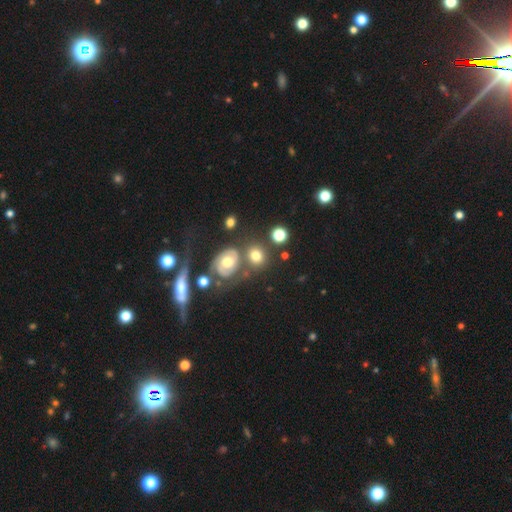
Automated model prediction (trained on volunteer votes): Q: Smooth or featured?
A: smooth (63%); runner-up: featured or disk (26%)
Q: How rounded?
A: round (63%); runner-up: in between (35%)
Q: Merging?
A: none (56%); runner-up: merger (23%)